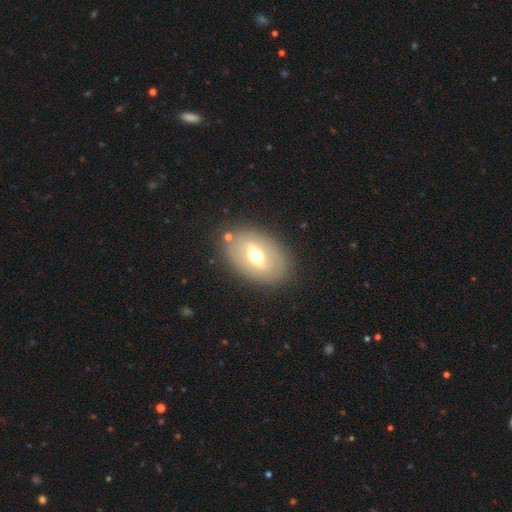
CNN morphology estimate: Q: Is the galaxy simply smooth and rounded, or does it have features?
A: smooth — 47%.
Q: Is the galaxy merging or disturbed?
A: none — 82%.